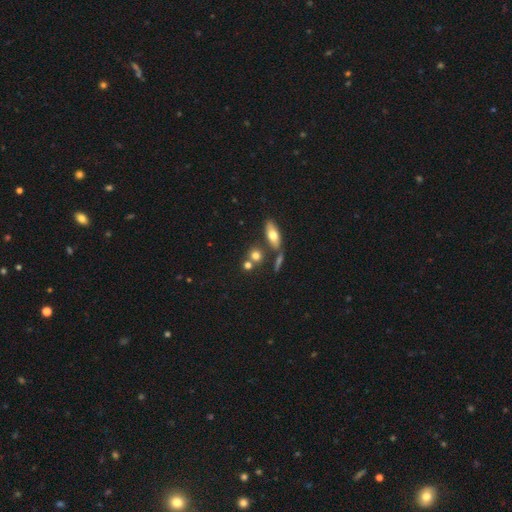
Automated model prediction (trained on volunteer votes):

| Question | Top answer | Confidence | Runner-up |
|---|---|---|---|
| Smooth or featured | smooth | 71% | featured or disk (17%) |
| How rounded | round | 67% | in between (27%) |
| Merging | none | 56% | merger (30%) |